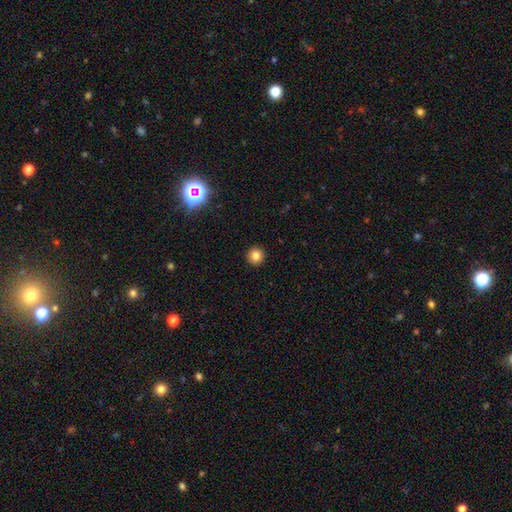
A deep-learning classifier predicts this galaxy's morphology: This is clearly a smooth galaxy (82%). How rounded: clearly round (96%). Merging: clearly none (94%).